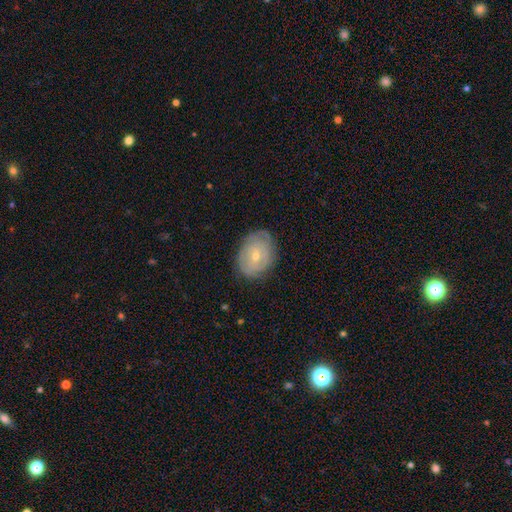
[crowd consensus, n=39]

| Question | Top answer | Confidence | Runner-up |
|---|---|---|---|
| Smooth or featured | featured or disk | 59% | smooth (36%) |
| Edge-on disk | no | 87% | yes (13%) |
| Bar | no | 65% | weak (35%) |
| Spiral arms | yes | 65% | no (35%) |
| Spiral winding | tight | 46% | medium (38%) |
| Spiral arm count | can't tell | 62% | 1 (15%) |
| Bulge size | moderate | 50% | tied: small (50%) |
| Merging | none | 65% | minor disturbance (27%) |